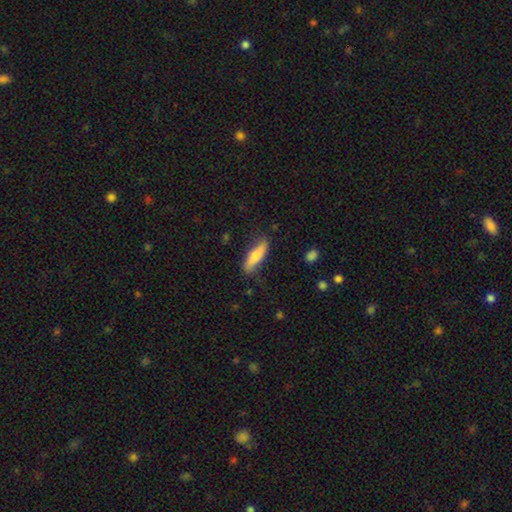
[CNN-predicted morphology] A smooth galaxy with no disk features (71%) that is cigar-shaped (65%). Merging: none (69%).